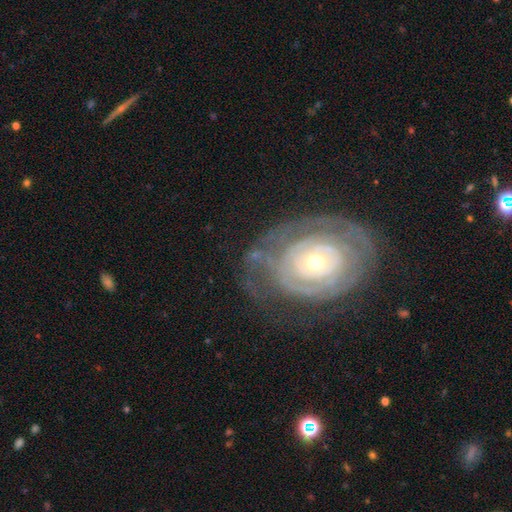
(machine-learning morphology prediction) The model was most divided on "bulge size": moderate: 51%, small: 43%, large: 4%, dominant: 1%, none: 1%. Remaining: edge-on disk — no (96%); bar — no (80%); smooth or featured — featured or disk (79%); spiral arms — yes (76%); spiral winding — tight (76%); merging — none (61%); spiral arm count — can't tell (49%).